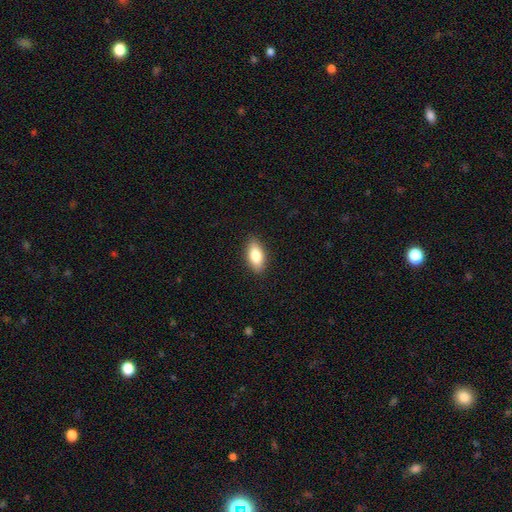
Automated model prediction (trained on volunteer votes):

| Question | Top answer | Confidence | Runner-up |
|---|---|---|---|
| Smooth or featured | smooth | 83% | featured or disk (10%) |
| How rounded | in between | 89% | cigar-shaped (8%) |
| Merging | none | 87% | minor disturbance (10%) |